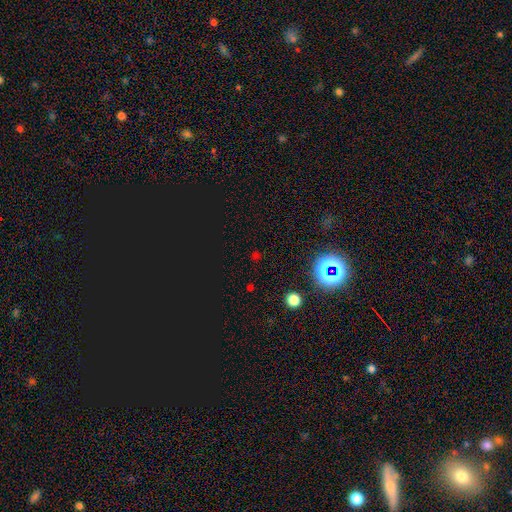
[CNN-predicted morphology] Q: Smooth or featured?
A: star or artifact (65%); runner-up: smooth (28%)